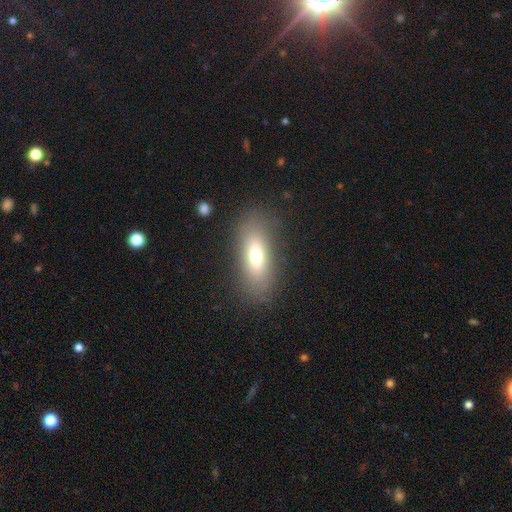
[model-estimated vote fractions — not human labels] A smooth galaxy with no disk features (72%) that is in between round and cigar-shaped (67%). Merging: none (83%).